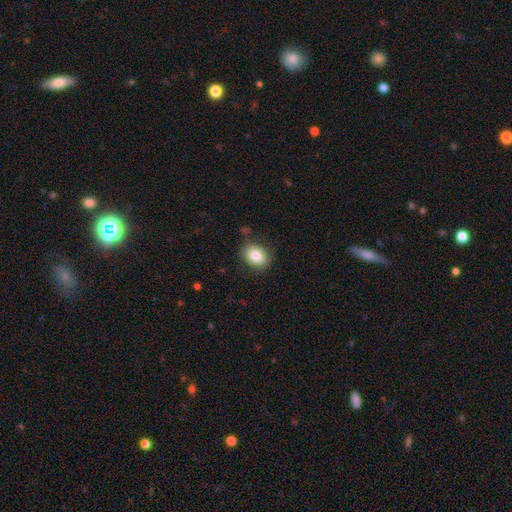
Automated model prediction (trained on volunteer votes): Smooth or featured: smooth — 81% (featured or disk — 11%)
How rounded: in between — 56% (round — 43%)
Merging: none — 82% (minor disturbance — 13%)